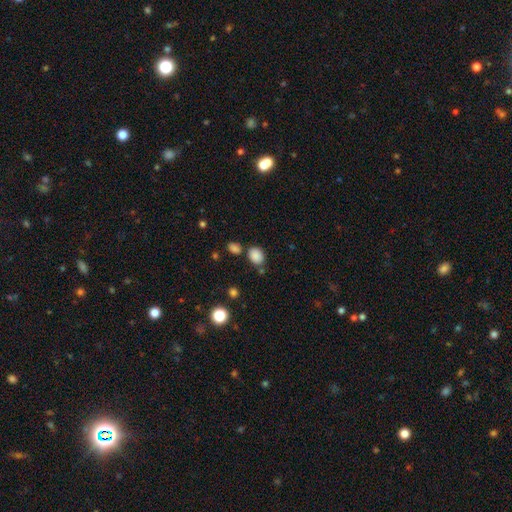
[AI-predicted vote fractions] A smooth galaxy with no disk features (85%) that is in between round and cigar-shaped (58%).

Vote fractions:
- Smooth or featured? smooth: 85% / star or artifact: 11% / featured or disk: 4%
- How rounded? in between: 58% / round: 41% / cigar-shaped: 1%
- Merging? none: 69% / minor disturbance: 15% / merger: 12% / major disturbance: 5%